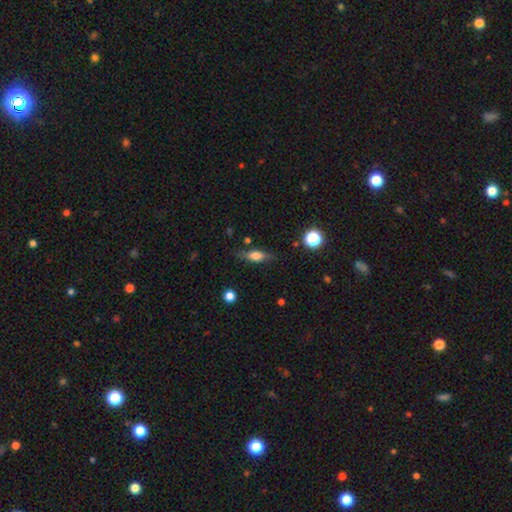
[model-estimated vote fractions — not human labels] A smooth galaxy with no disk features (63%) that is in between round and cigar-shaped (61%). Merging: none (76%).